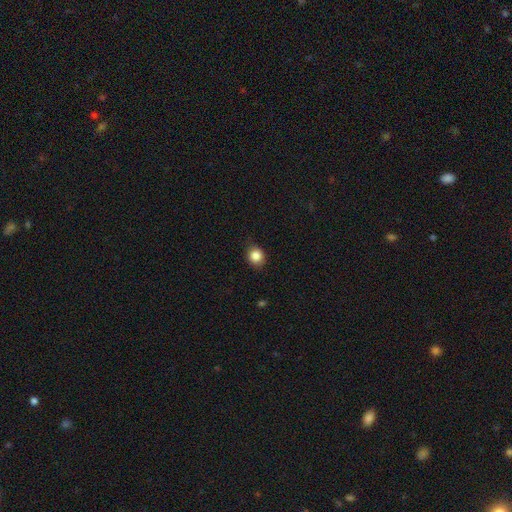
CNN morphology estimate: A smooth galaxy with no disk features (85%) that is round (75%).

Vote fractions:
- Smooth or featured? smooth: 85% / star or artifact: 10% / featured or disk: 5%
- How rounded? round: 75% / in between: 24% / cigar-shaped: 1%
- Merging? none: 85% / minor disturbance: 12% / major disturbance: 2% / merger: 1%